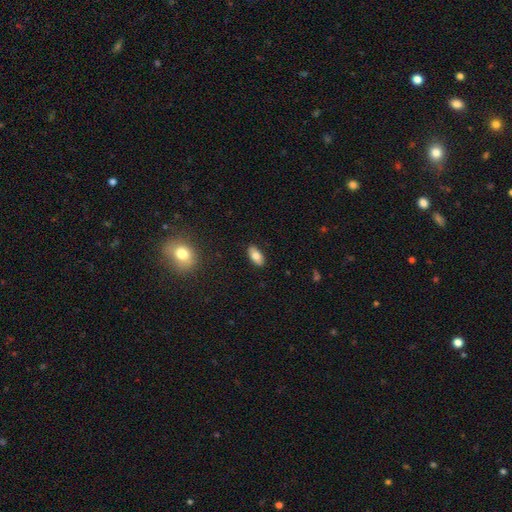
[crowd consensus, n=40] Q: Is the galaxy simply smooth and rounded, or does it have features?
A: smooth — 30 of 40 (75%).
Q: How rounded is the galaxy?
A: in between — 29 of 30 (97%).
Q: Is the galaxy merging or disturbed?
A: none — 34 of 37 (92%).